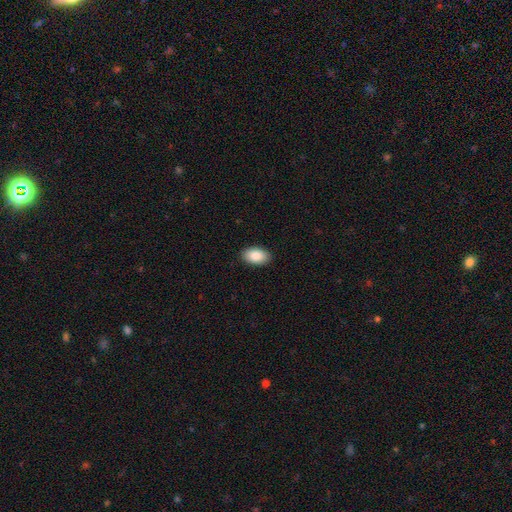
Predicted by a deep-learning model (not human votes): Smooth or featured? smooth (87%)
How rounded? in between (94%)
Merging? none (91%)